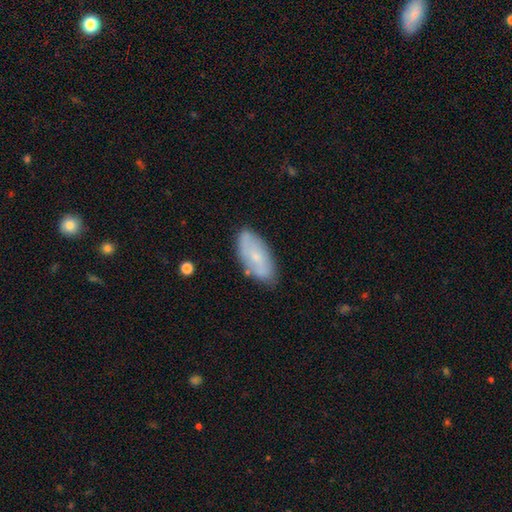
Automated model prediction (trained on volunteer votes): Morphology: type=smooth (55%); roundness=in between (88%); merging=none (79%).